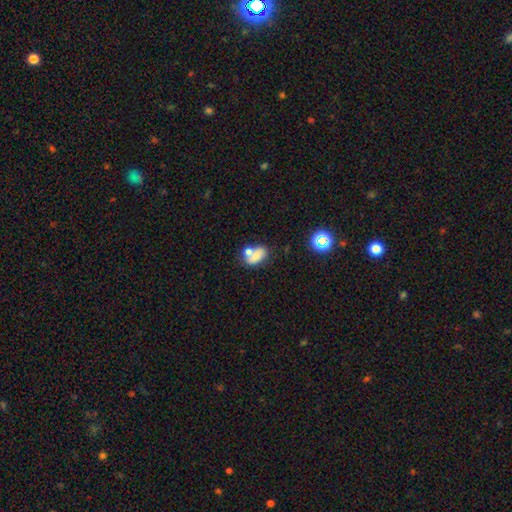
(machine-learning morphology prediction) Overall: smooth (66%). How rounded: in between (83%). Merging: merger (41%; none 37%).